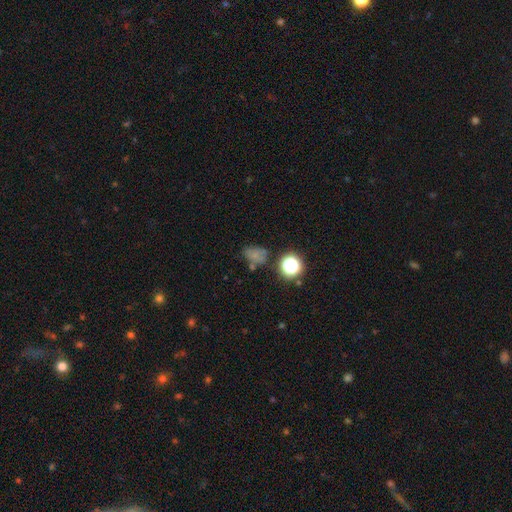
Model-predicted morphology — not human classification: smooth_or_featured: smooth (p=0.58) [alt: star or artifact p=0.28]
how_rounded: in between (p=0.54) [alt: round p=0.45]
merging: none (p=0.53) [alt: minor disturbance p=0.21]